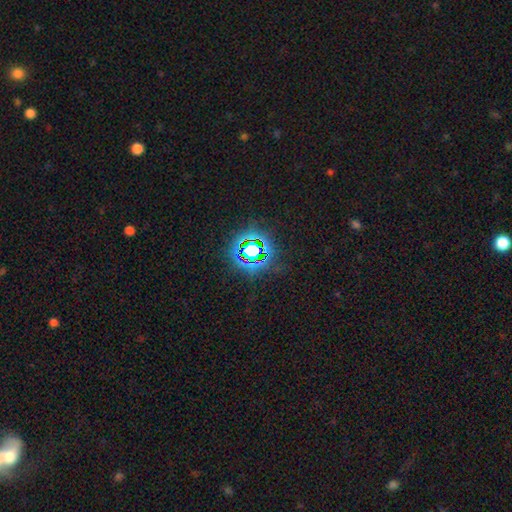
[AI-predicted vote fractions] This appears to be a star or artifact, not a galaxy (67%).